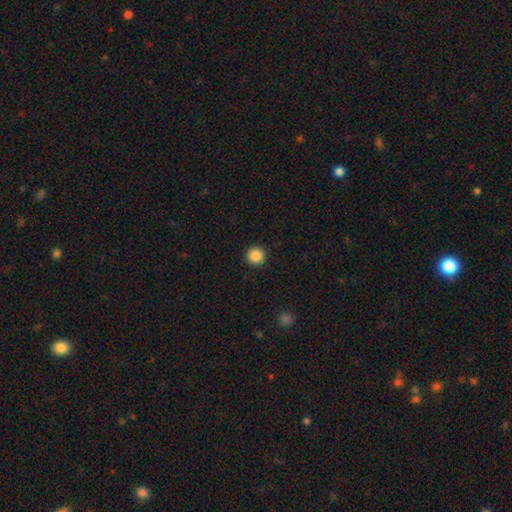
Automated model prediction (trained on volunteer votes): smooth 87%, star or artifact 10%, featured or disk 3%. Down the decision tree: how rounded — round (96%); merging — none (93%).